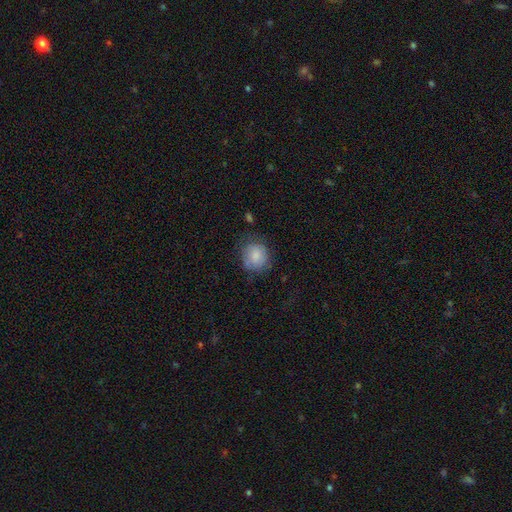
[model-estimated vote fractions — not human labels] The model was most divided on "merging": none: 62%, minor disturbance: 25%, major disturbance: 11%, merger: 2%. More confident: smooth or featured — smooth (76%); how rounded — round (75%).